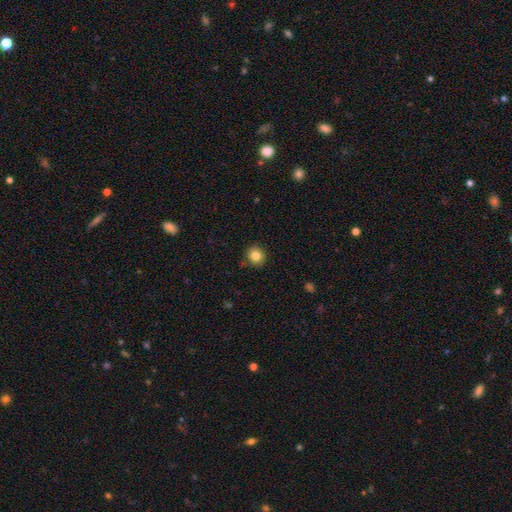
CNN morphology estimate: This is clearly a smooth galaxy (83%). How rounded: clearly round (86%). Merging: clearly none (89%).